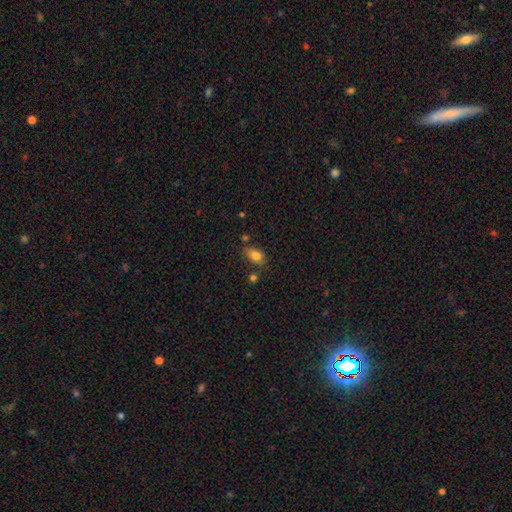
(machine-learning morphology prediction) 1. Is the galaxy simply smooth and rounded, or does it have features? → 82% smooth, 10% star or artifact, 9% featured or disk.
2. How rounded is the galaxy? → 80% in between, 18% round, 2% cigar-shaped.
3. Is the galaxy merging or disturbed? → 69% none, 19% minor disturbance, 8% merger, 4% major disturbance.